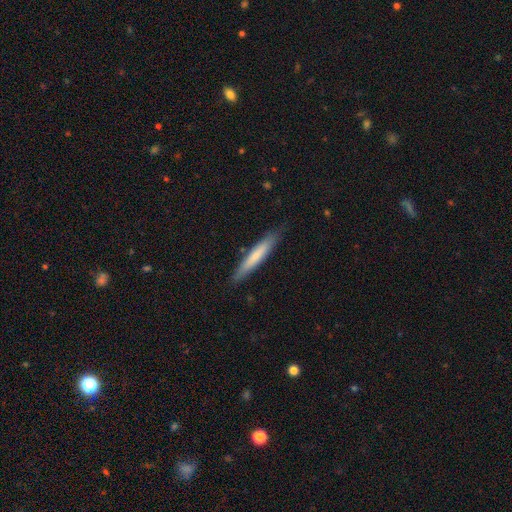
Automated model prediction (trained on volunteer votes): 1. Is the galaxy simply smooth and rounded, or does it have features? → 69% smooth, 25% featured or disk, 5% star or artifact.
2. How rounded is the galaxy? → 93% cigar-shaped, 6% in between, 1% round.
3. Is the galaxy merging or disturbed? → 86% none, 11% minor disturbance, 2% major disturbance, 1% merger.